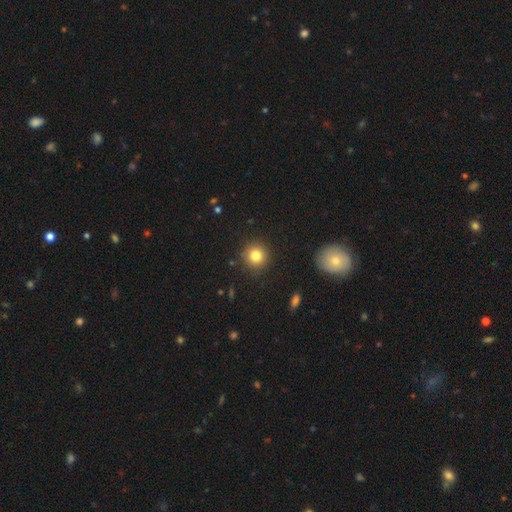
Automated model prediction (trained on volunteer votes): Morphology: type=smooth (82%); roundness=round (92%); merging=none (89%).